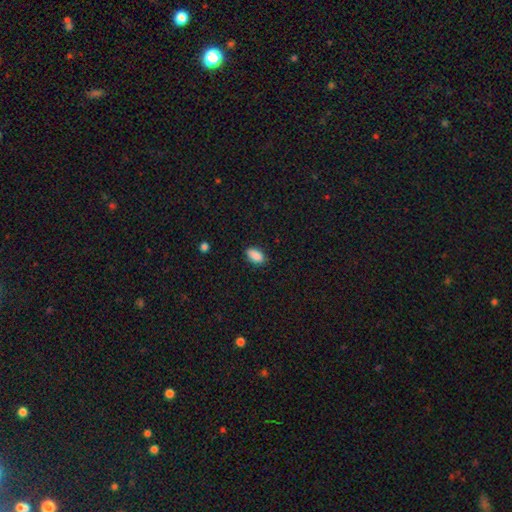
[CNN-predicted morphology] type=smooth (88%); roundness=in between (91%); merging=none (82%).